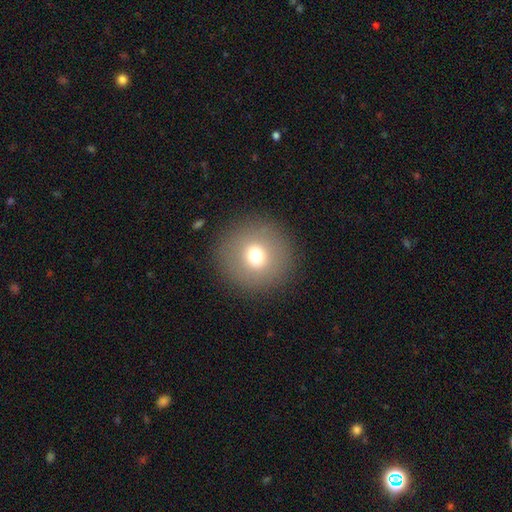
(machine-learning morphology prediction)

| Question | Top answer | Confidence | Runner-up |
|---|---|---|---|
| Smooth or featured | smooth | 70% | featured or disk (16%) |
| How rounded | round | 95% | in between (4%) |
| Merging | none | 90% | minor disturbance (6%) |